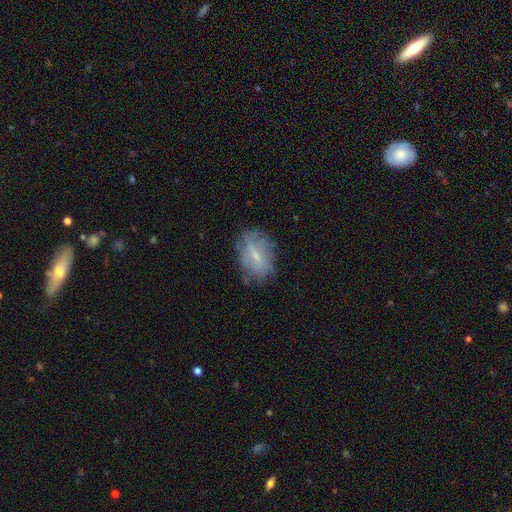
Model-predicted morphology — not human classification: A featured or disk galaxy (49%). Merging: none (66%).